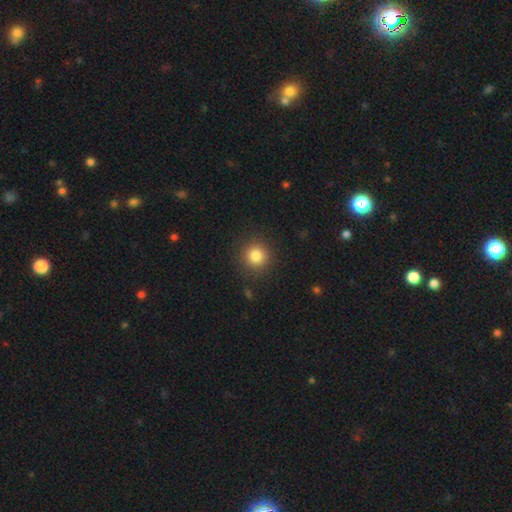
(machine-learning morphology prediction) This is clearly a smooth galaxy (84%). How rounded: clearly round (93%). Merging: clearly none (90%).